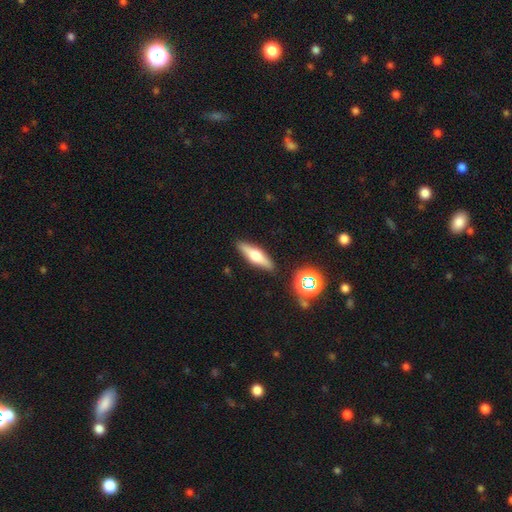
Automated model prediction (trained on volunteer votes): Smooth or featured? featured or disk (49%)
Merging? none (88%)